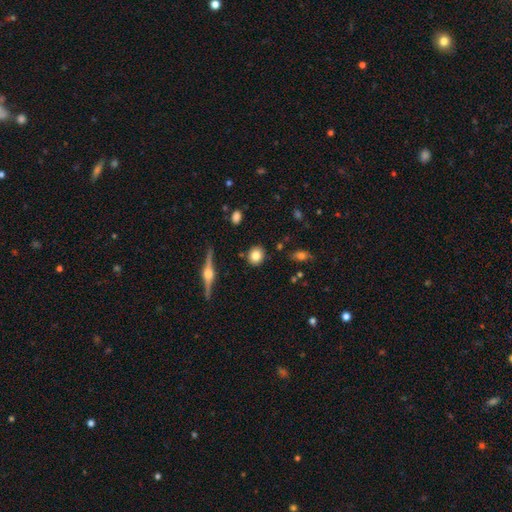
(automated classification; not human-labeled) A smooth galaxy with no disk features (77%) that is round (80%). Merging: none (88%).